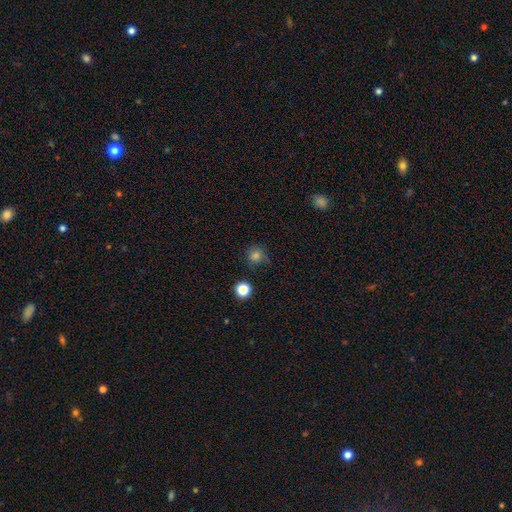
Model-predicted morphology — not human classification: Overall: smooth (77%). How rounded: round (90%). Merging: none (69%).